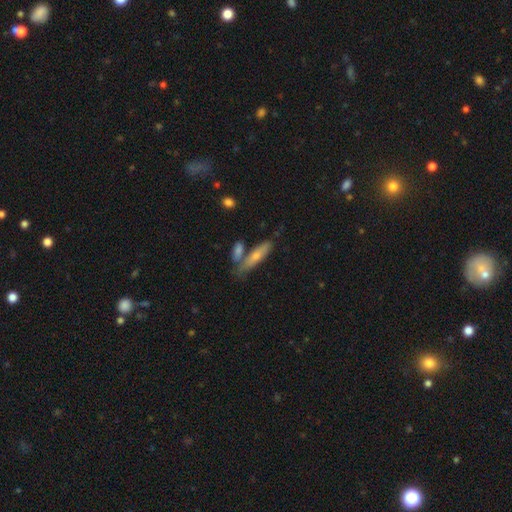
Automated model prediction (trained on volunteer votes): Smooth or featured? Predicted: smooth (p=0.56). How rounded? Predicted: cigar-shaped (p=0.70). Merging? Predicted: none (p=0.60).